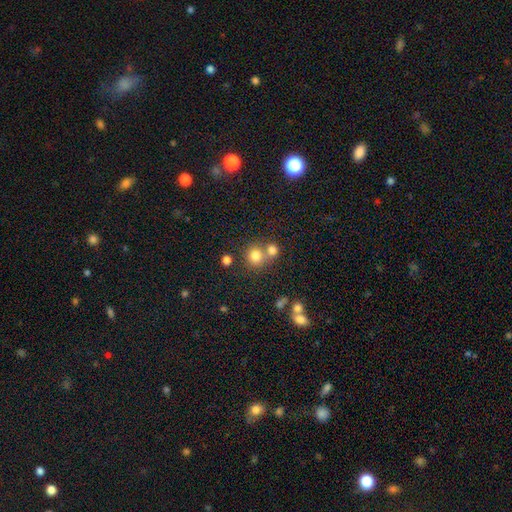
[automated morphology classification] The model was most divided on "merging": none: 50%, merger: 39%, minor disturbance: 7%, major disturbance: 3%. More confident: how rounded — round (86%); smooth or featured — smooth (77%).